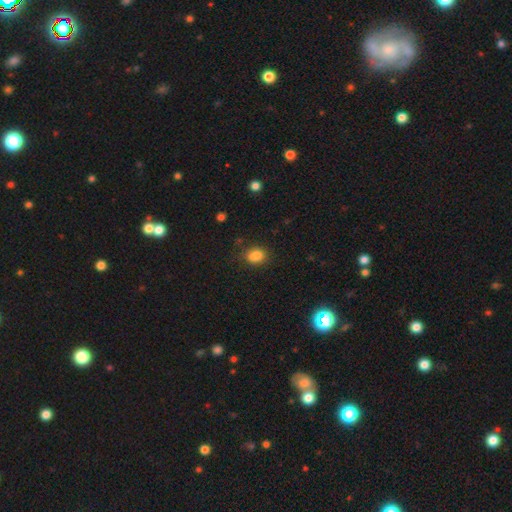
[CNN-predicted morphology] Smooth or featured? Predicted: smooth (p=0.83). How rounded? Predicted: in between (p=0.67). Merging? Predicted: none (p=0.69).